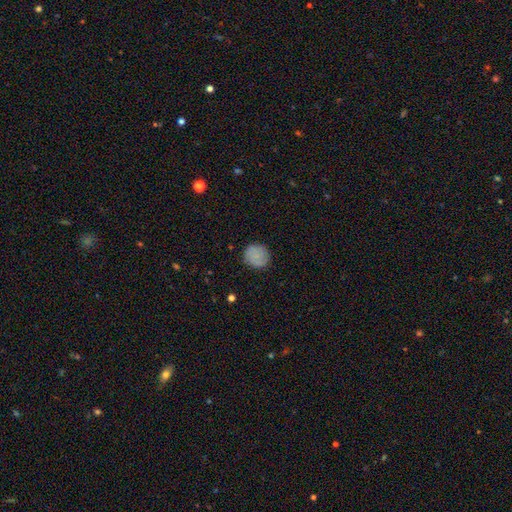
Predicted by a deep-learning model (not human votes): Q: Smooth or featured?
A: smooth (80%); runner-up: featured or disk (11%)
Q: How rounded?
A: round (87%); runner-up: in between (12%)
Q: Merging?
A: none (84%); runner-up: minor disturbance (12%)